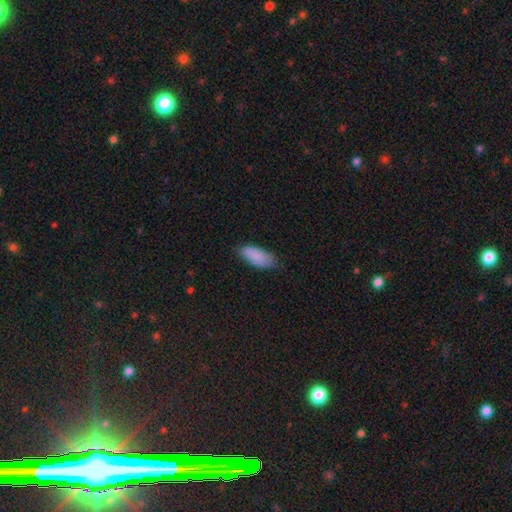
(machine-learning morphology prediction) Smooth or featured: smooth — 87% (featured or disk — 7%)
How rounded: in between — 85% (cigar-shaped — 13%)
Merging: none — 73% (minor disturbance — 22%)